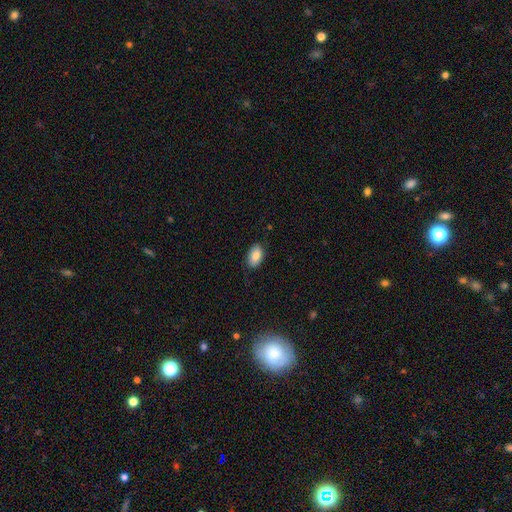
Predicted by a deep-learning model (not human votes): Morphology: type=smooth (84%); roundness=in between (92%); merging=none (82%).